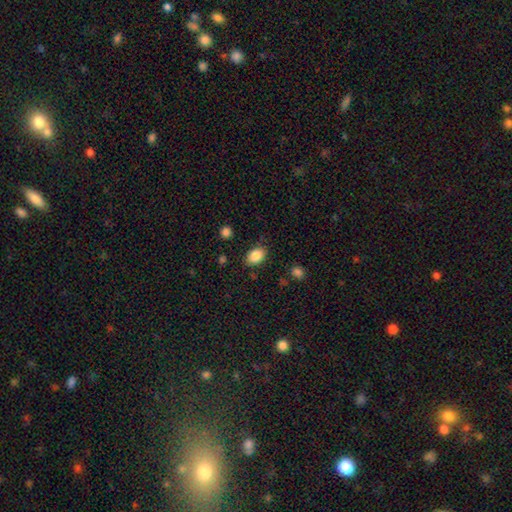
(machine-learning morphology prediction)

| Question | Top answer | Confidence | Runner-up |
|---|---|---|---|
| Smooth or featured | smooth | 86% | star or artifact (8%) |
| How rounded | in between | 80% | round (19%) |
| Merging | none | 84% | minor disturbance (11%) |